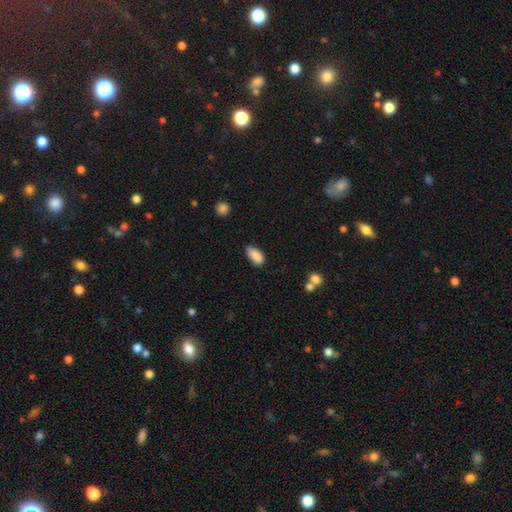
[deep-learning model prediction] A smooth galaxy with no disk features (88%) that is in between round and cigar-shaped (90%). Merging: none (72%).